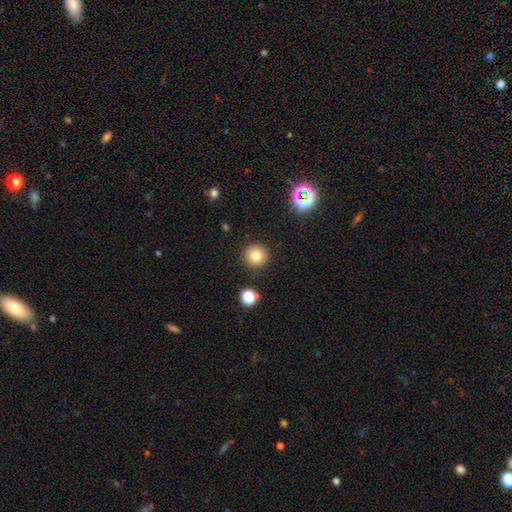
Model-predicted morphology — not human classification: Smooth or featured? smooth (79%)
How rounded? round (95%)
Merging? none (90%)